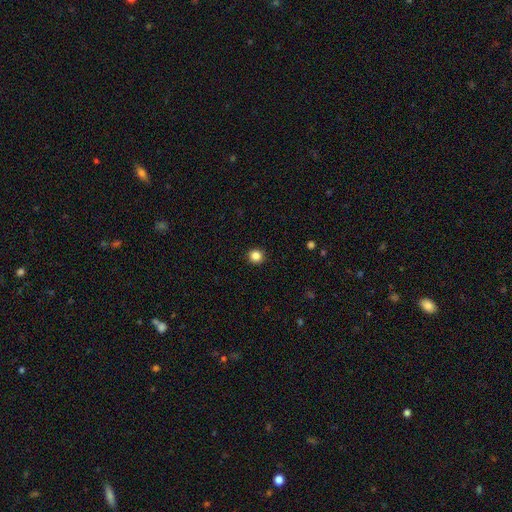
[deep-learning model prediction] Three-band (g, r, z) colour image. It shows a smooth galaxy with no disk features (85%) that is round (93%). Merging: none (92%).